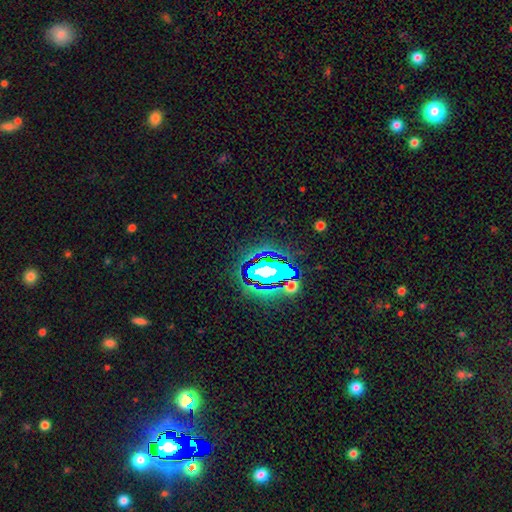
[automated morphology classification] Smooth or featured? Predicted: star or artifact (p=0.81).